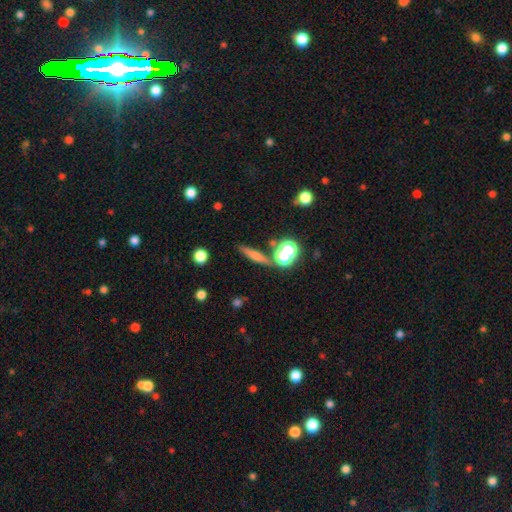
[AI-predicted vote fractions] This appears to be a smooth galaxy with no disk features (54%) that is cigar-shaped (70%). Merging: none (72%).